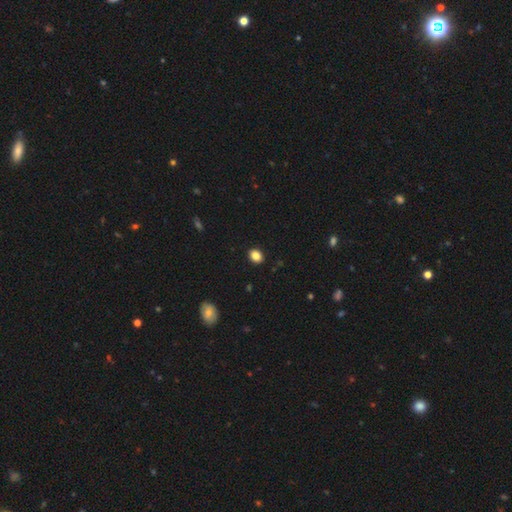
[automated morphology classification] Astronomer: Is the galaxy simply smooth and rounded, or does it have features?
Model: smooth — 86%.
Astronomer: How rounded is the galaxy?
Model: in between — 59% (runner-up: round, 40%).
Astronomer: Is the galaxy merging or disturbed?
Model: none — 90%.